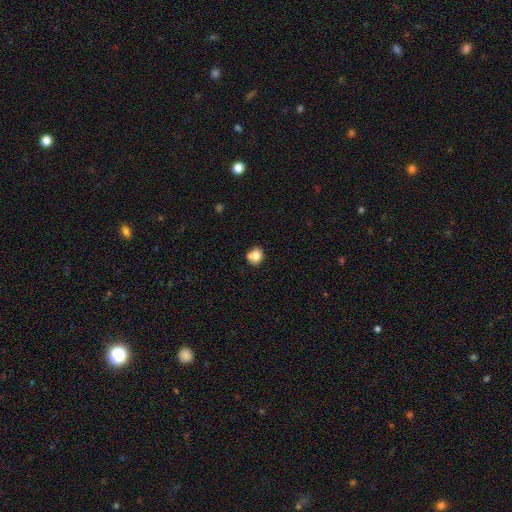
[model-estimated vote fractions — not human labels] Q: Smooth or featured?
A: smooth (79%); runner-up: featured or disk (11%)
Q: How rounded?
A: round (78%); runner-up: in between (21%)
Q: Merging?
A: none (59%); runner-up: merger (23%)